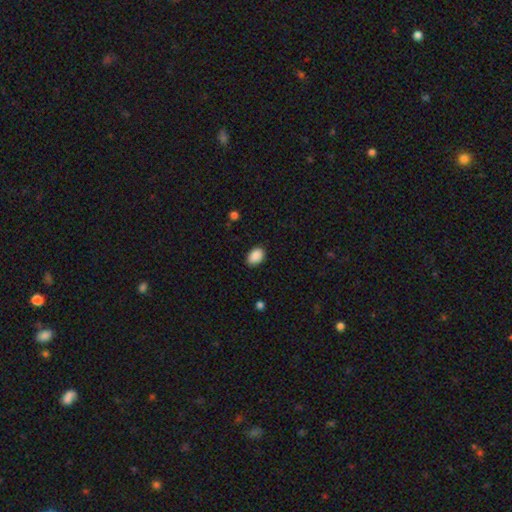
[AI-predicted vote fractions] This is clearly a smooth galaxy (90%). How rounded: clearly in between (83%). Merging: clearly none (85%).